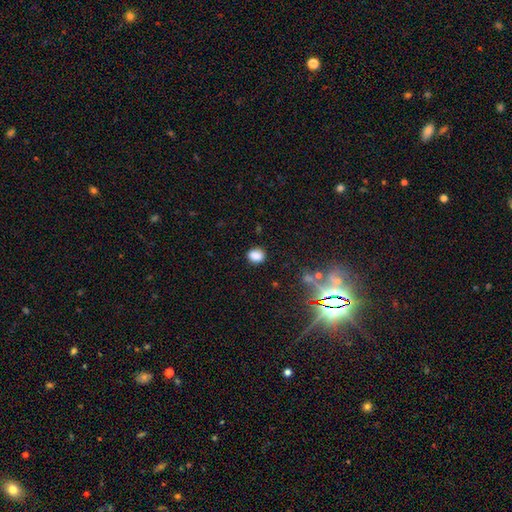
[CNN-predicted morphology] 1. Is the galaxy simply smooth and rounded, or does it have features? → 83% smooth, 12% star or artifact, 4% featured or disk.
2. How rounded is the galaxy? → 53% round, 46% in between, 1% cigar-shaped.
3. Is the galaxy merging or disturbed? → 85% none, 10% minor disturbance, 3% major disturbance, 2% merger.